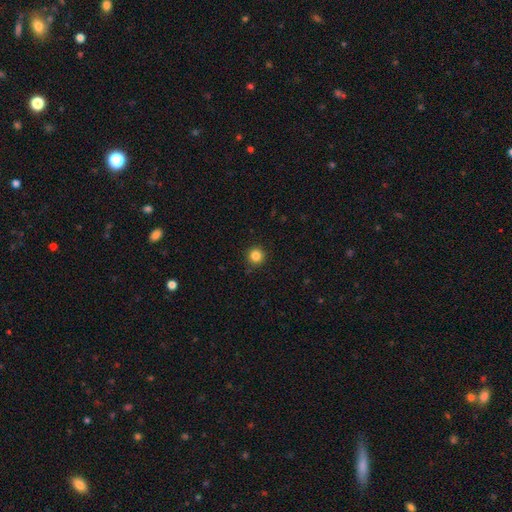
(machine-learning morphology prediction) Smooth or featured? Predicted: smooth (p=0.84). How rounded? Predicted: round (p=0.96). Merging? Predicted: none (p=0.91).